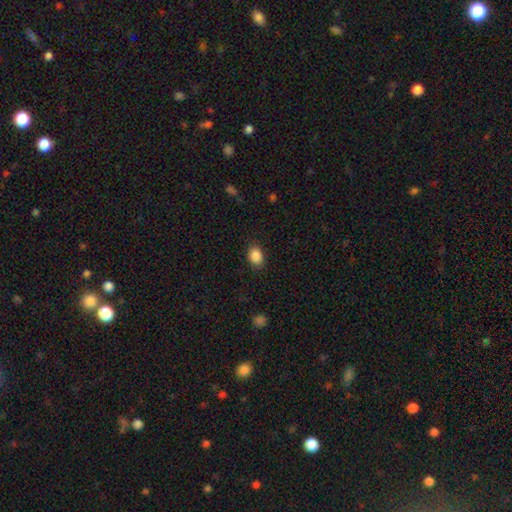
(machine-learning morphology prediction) Q: Smooth or featured?
A: smooth (88%); runner-up: star or artifact (9%)
Q: How rounded?
A: in between (75%); runner-up: round (24%)
Q: Merging?
A: none (85%); runner-up: minor disturbance (11%)